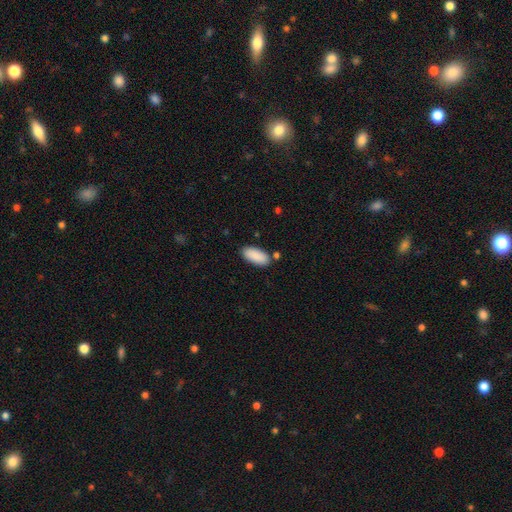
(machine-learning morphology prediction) type=smooth (90%); roundness=in between (90%); merging=none (82%).